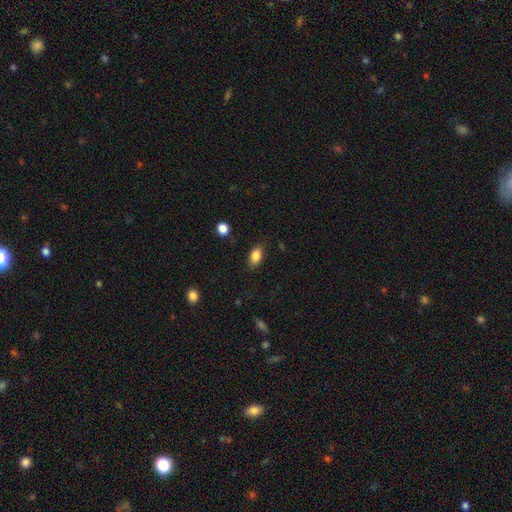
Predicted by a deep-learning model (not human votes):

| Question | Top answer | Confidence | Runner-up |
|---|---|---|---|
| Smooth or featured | smooth | 85% | star or artifact (8%) |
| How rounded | in between | 88% | round (9%) |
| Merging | none | 82% | minor disturbance (13%) |